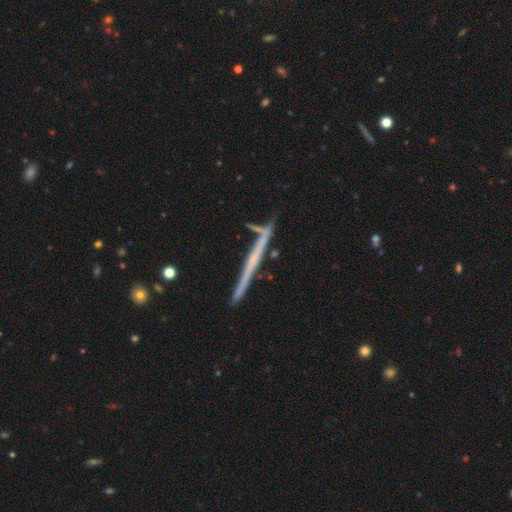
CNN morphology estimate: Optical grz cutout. It shows a featured or disk galaxy (69%) viewed edge-on (97%) with no central bulge (75%). Merging: none (81%).